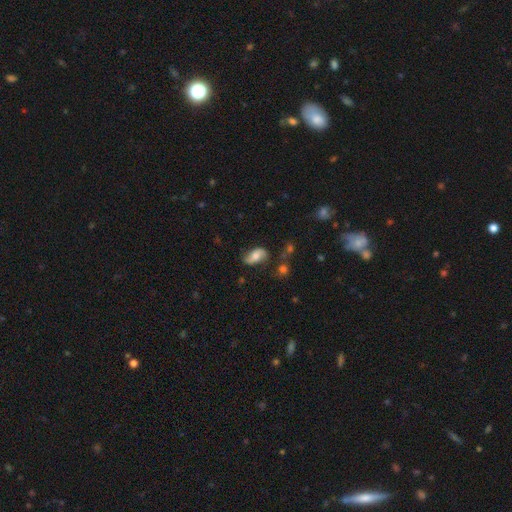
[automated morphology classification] This appears to be a smooth galaxy with no disk features (46%, tied with featured or disk). Merging: none (70%).